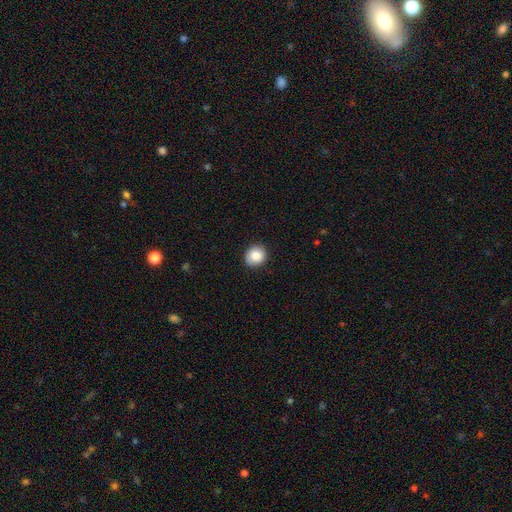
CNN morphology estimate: Smooth or featured? Predicted: smooth (p=0.86). How rounded? Predicted: round (p=0.84). Merging? Predicted: none (p=0.86).